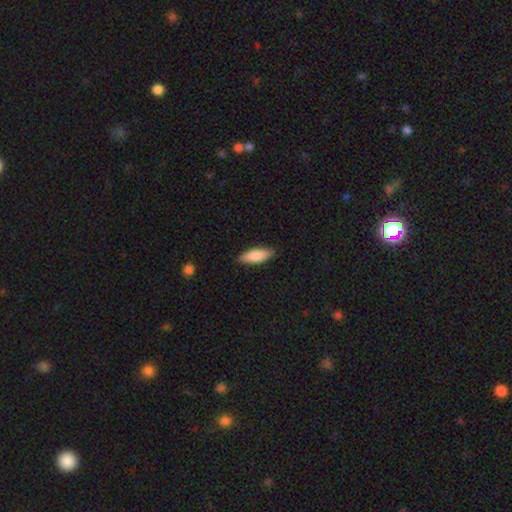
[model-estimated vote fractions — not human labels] A smooth galaxy with no disk features (84%) that is in between round and cigar-shaped (60%).

Vote fractions:
- Smooth or featured? smooth: 84% / featured or disk: 10% / star or artifact: 5%
- How rounded? in between: 60% / cigar-shaped: 39% / round: 2%
- Merging? none: 88% / minor disturbance: 9% / major disturbance: 2% / merger: 1%